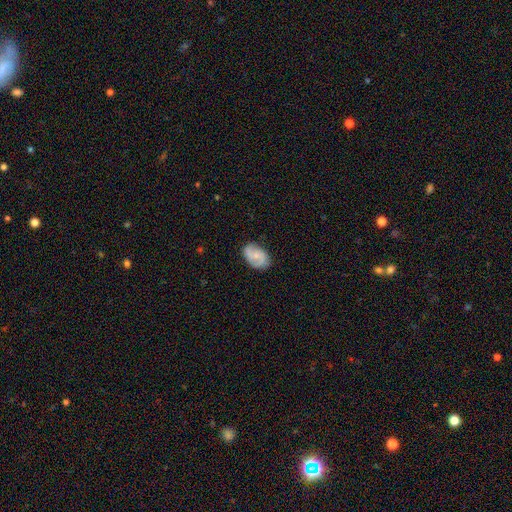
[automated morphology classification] smooth-or-featured: featured or disk: 53% | smooth: 40% | star or artifact: 7%
  disk-edge-on: no: 97% | yes: 3%
    bar: no: 58% | weak: 36% | strong: 6%
    has-spiral-arms: yes: 89% | no: 11%
    bulge-size: small: 58% | moderate: 27% | none: 13% | large: 2% | dominant: 1%
  merging: none: 78% | minor disturbance: 17% | major disturbance: 4% | merger: 1%